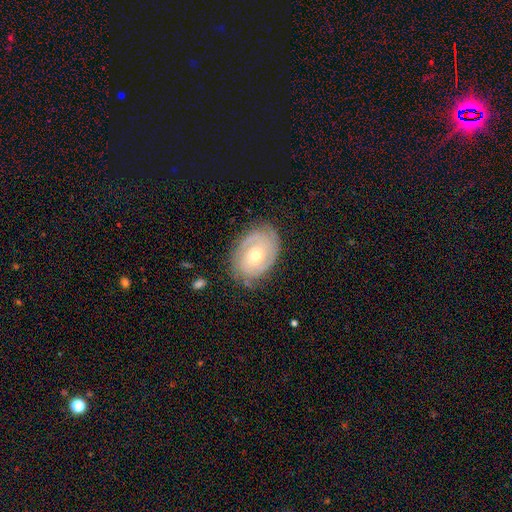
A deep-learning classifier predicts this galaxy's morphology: featured or disk 79%, smooth 15%, star or artifact 6%. Down the decision tree: edge-on disk — no (96%); bar — no (68%); spiral arms — yes (92%); spiral arm count — 2 (43%); spiral winding — tight (70%); bulge size — moderate (57%); merging — none (79%).